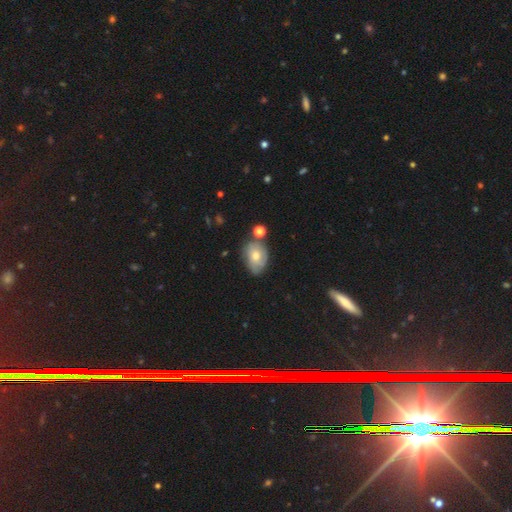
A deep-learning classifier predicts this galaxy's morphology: Smooth or featured: smooth — 57% (featured or disk — 33%)
How rounded: in between — 76% (round — 23%)
Merging: none — 60% (minor disturbance — 24%)